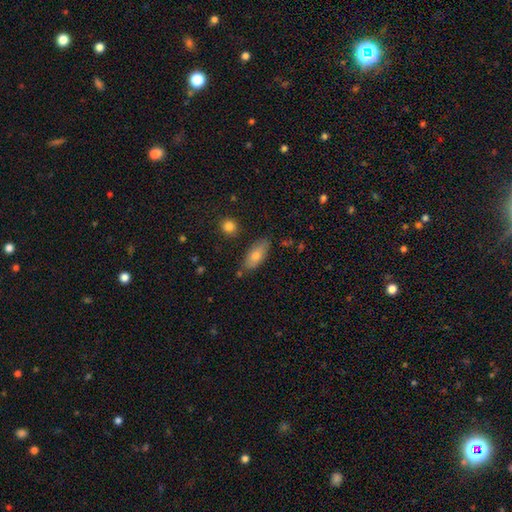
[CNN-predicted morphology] A smooth galaxy with no disk features (68%) that is in between round and cigar-shaped (78%). Merging: none (79%).